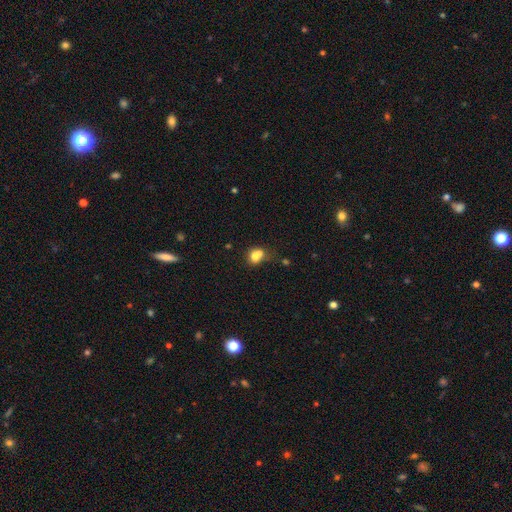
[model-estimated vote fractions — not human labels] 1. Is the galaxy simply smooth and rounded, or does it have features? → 74% smooth, 14% featured or disk, 11% star or artifact.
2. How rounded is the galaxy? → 51% round, 47% in between, 1% cigar-shaped.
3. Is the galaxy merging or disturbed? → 46% merger, 31% none, 15% minor disturbance, 8% major disturbance.